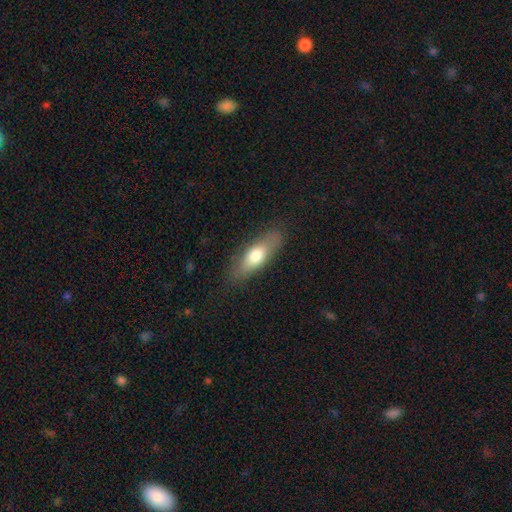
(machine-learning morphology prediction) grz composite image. It shows a smooth galaxy with no disk features (69%) that is in between round and cigar-shaped (63%). Merging: none (81%).